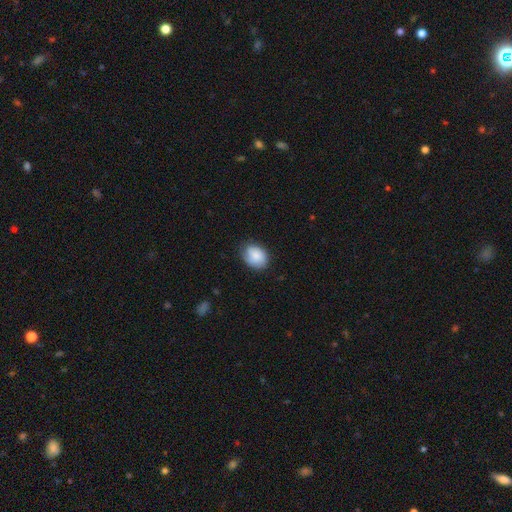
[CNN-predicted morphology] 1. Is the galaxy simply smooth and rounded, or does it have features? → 84% smooth, 10% featured or disk, 7% star or artifact.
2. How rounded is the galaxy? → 63% in between, 36% round, 1% cigar-shaped.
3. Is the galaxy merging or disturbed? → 72% none, 22% minor disturbance, 4% major disturbance, 1% merger.